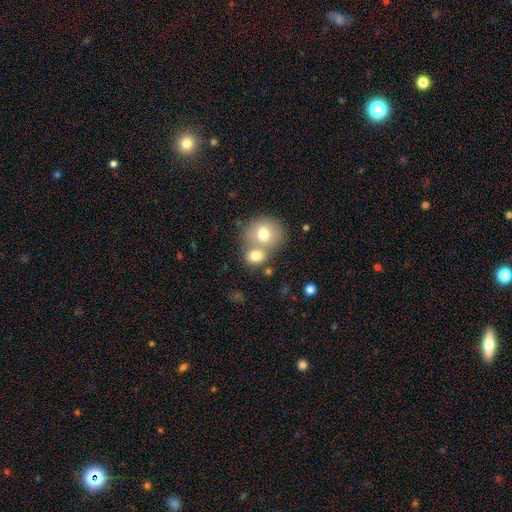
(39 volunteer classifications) Smooth or featured?
  - smooth: 85% *
  - featured or disk: 13%
  - star or artifact: 3%
How rounded?
  - round: 58% *
  - in between: 42%
  - cigar-shaped: 0%
Merging?
  - merger: 61% *
  - none: 26%
  - minor disturbance: 8%
  - major disturbance: 5%